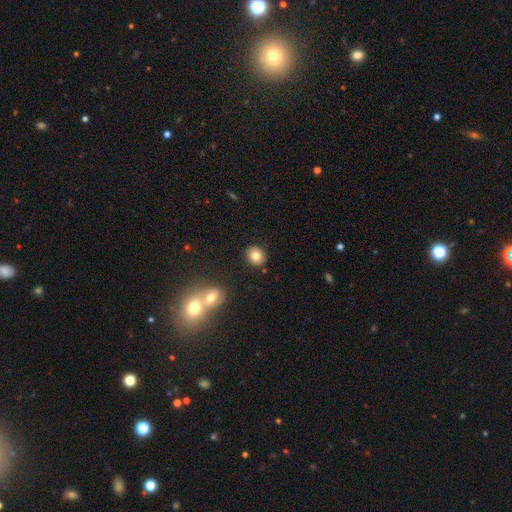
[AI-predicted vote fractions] smooth 82%, star or artifact 10%, featured or disk 8%. Down the decision tree: how rounded — round (81%); merging — none (88%).